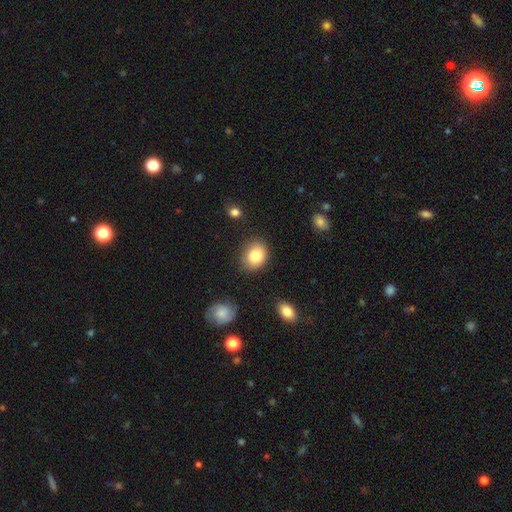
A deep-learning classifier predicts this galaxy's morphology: smooth_or_featured: smooth (p=0.84) [alt: star or artifact p=0.08]
how_rounded: round (p=0.55) [alt: in between p=0.44]
merging: none (p=0.79) [alt: minor disturbance p=0.15]